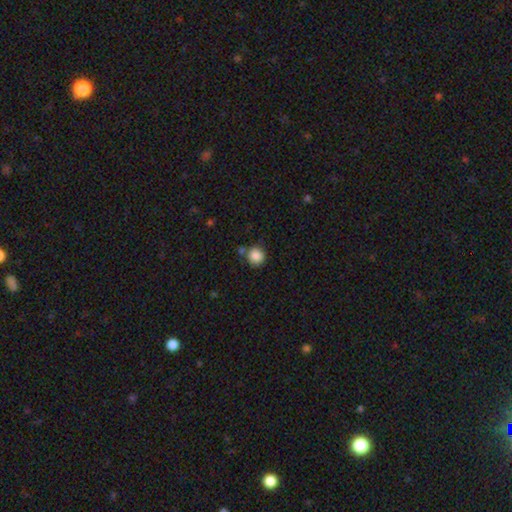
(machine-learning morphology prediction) smooth-or-featured: smooth: 87% | star or artifact: 9% | featured or disk: 4%
  how-rounded: round: 90% | in between: 9% | cigar-shaped: 1%
  merging: none: 72% | minor disturbance: 13% | merger: 12% | major disturbance: 4%